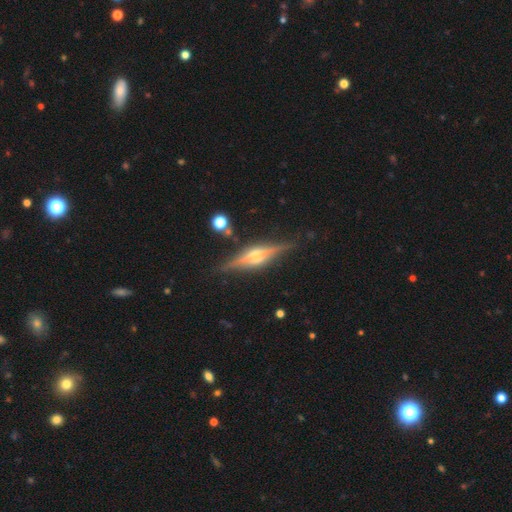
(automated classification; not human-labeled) Overall: featured or disk (82%). Edge-on disk: yes (97%). Edge-on bulge: rounded (87%). Merging: none (87%).